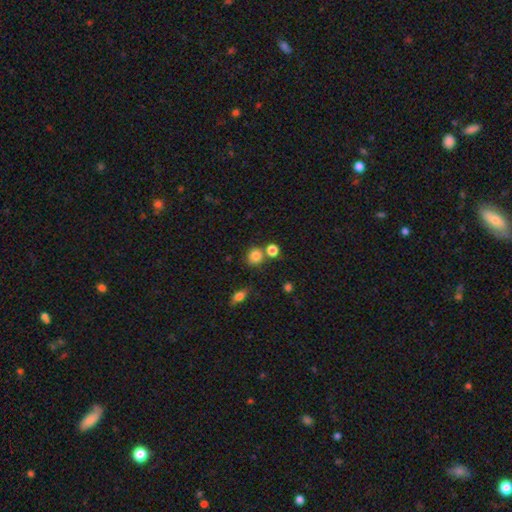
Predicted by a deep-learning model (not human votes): Overall: smooth (81%). How rounded: round (84%). Merging: none (66%).